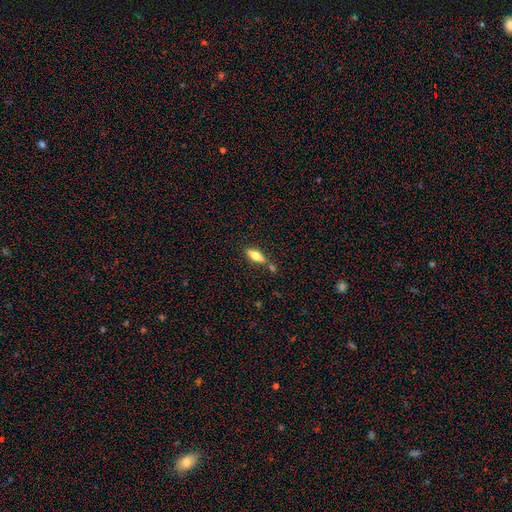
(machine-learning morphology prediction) Smooth or featured: smooth — 63% (featured or disk — 29%)
How rounded: in between — 63% (cigar-shaped — 34%)
Merging: none — 57% (merger — 20%)